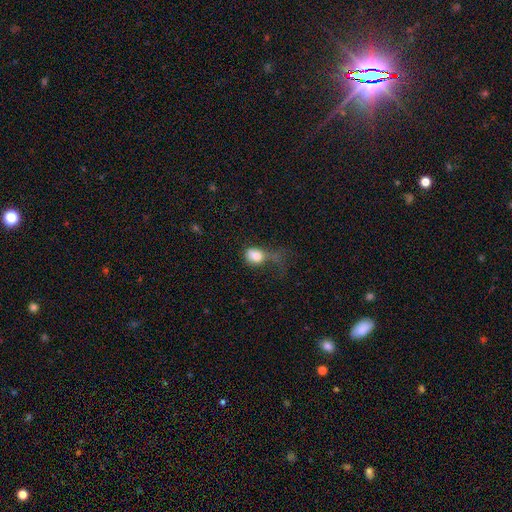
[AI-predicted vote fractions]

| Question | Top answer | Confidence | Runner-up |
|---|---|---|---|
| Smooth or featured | smooth | 78% | featured or disk (13%) |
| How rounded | in between | 63% | round (35%) |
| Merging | major disturbance | 53% | minor disturbance (22%) |